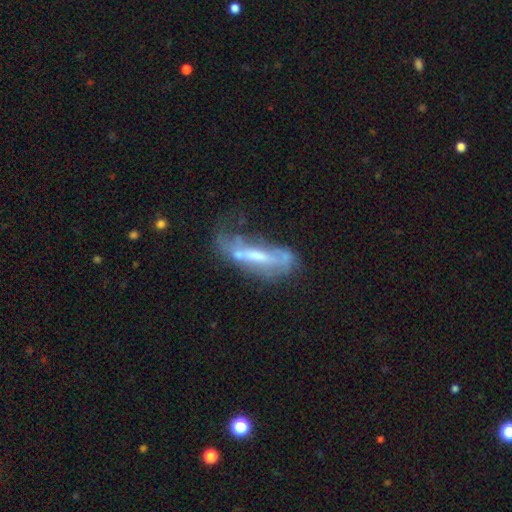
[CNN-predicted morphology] A featured or disk galaxy (59%). Merging: major disturbance (34%).